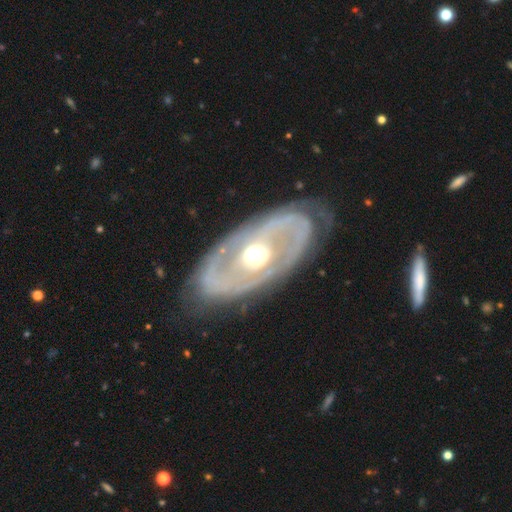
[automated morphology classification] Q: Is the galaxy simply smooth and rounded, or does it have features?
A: featured or disk — 81%.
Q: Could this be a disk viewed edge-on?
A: no — 91%.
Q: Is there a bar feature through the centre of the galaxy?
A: no — 70%.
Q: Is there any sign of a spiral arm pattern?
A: yes — 62%.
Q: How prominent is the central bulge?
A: moderate — 71%.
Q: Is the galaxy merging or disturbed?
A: none — 75%.